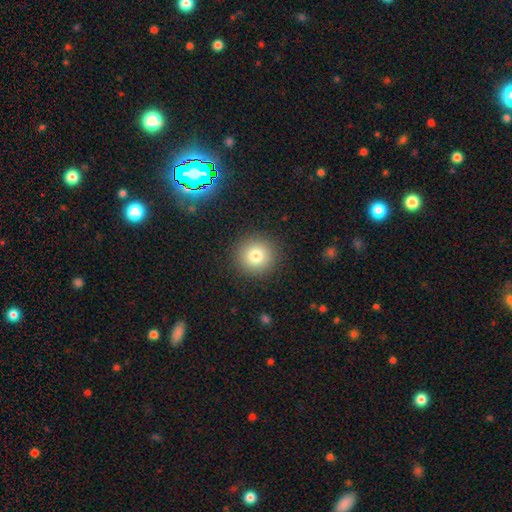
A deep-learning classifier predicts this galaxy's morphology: This is likely a smooth galaxy (79%). How rounded: clearly round (95%). Merging: clearly none (91%).